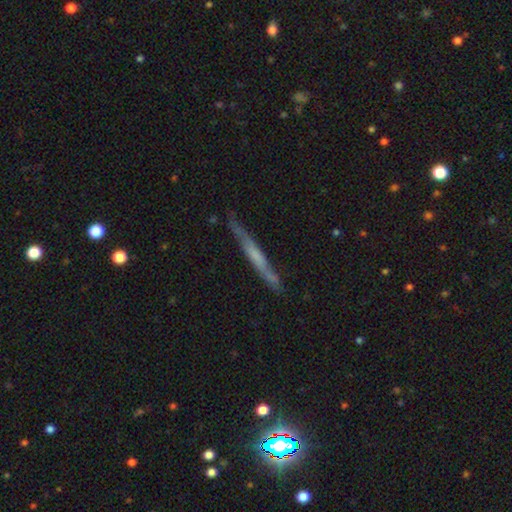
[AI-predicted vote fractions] Smooth or featured? Predicted: featured or disk (p=0.54). Edge-on disk? Predicted: yes (p=0.91). Merging? Predicted: none (p=0.77).